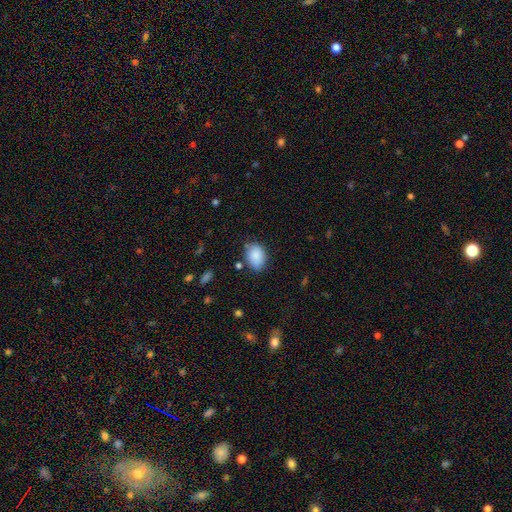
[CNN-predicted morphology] The model was most divided on "merging": none: 73%, minor disturbance: 20%, major disturbance: 4%, merger: 3%. More confident: smooth or featured — smooth (87%); how rounded — in between (79%).